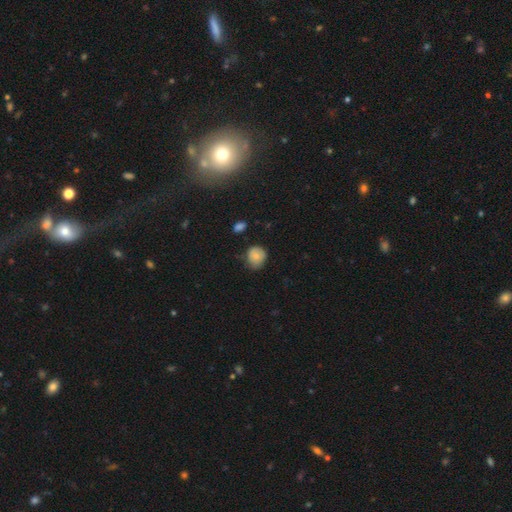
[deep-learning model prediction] Smooth or featured?
  - smooth: 74% *
  - featured or disk: 18%
  - star or artifact: 9%
How rounded?
  - round: 77% *
  - in between: 22%
  - cigar-shaped: 1%
Merging?
  - none: 60% *
  - minor disturbance: 32%
  - major disturbance: 6%
  - merger: 2%